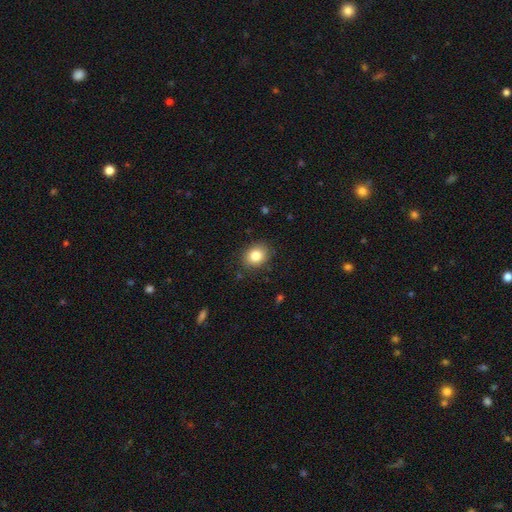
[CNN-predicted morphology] This appears to be a smooth galaxy with no disk features (84%) that is round (54%). Merging: none (86%).